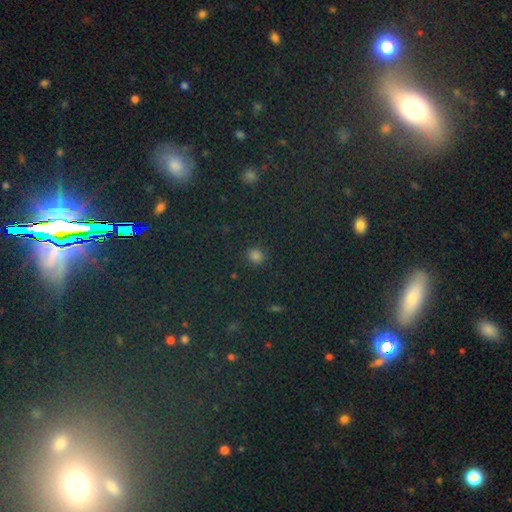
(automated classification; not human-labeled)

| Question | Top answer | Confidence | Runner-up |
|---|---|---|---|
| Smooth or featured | smooth | 73% | star or artifact (23%) |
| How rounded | round | 82% | in between (17%) |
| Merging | none | 89% | minor disturbance (7%) |